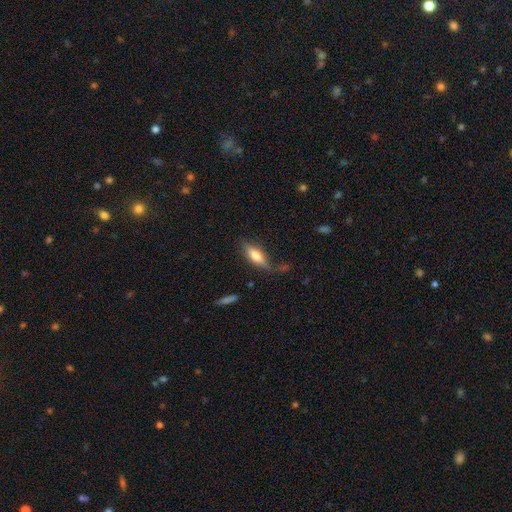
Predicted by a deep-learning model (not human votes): A smooth galaxy with no disk features (62%) that is in between round and cigar-shaped (54%). Merging: none (67%).